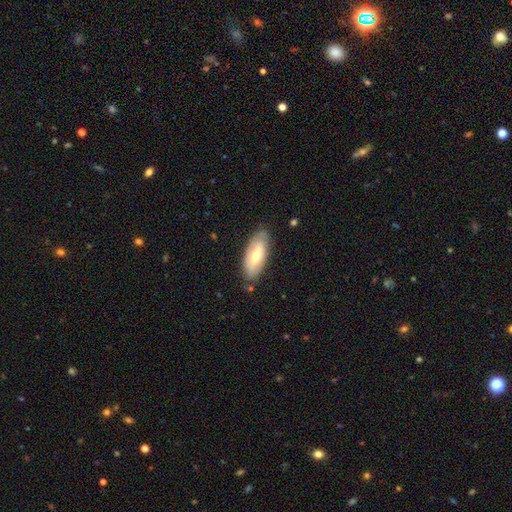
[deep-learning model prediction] A featured or disk galaxy (48%). Merging: none (78%).